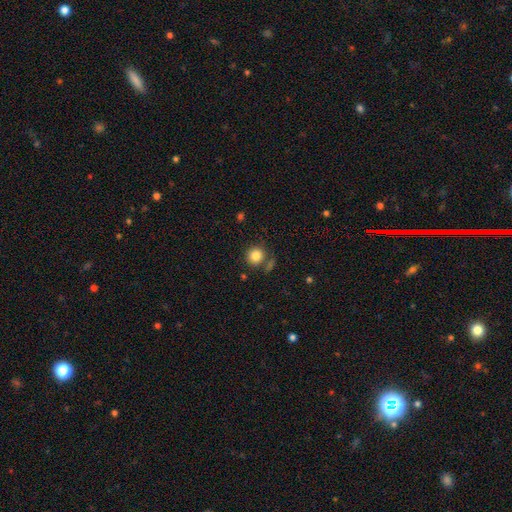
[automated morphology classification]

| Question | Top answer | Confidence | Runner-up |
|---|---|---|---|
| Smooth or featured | smooth | 83% | star or artifact (10%) |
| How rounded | round | 89% | in between (10%) |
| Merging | none | 75% | minor disturbance (11%) |